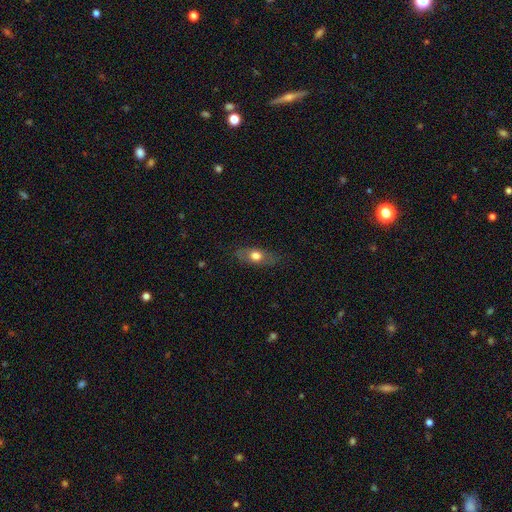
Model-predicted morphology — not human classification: The model was most divided on "smooth or featured": smooth: 63%, featured or disk: 29%, star or artifact: 8%. More confident: merging — none (77%); how rounded — in between (73%).